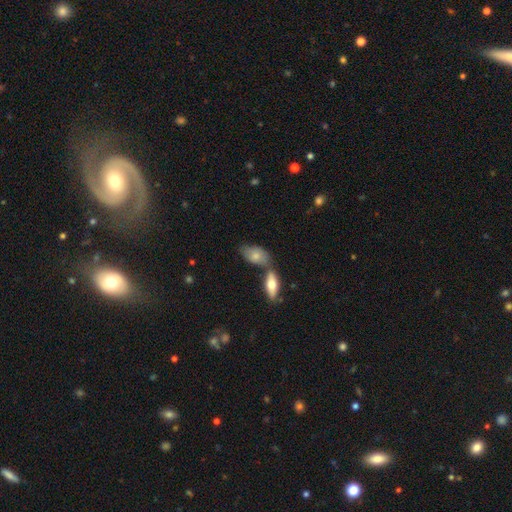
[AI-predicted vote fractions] Smooth or featured: smooth — 72% (featured or disk — 21%)
How rounded: in between — 90% (cigar-shaped — 6%)
Merging: none — 50% (merger — 29%)